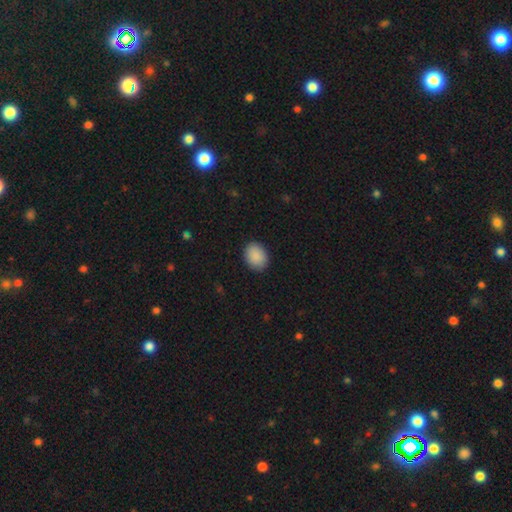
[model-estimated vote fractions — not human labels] Overall: smooth (90%). How rounded: in between (58%; round 41%). Merging: none (89%).